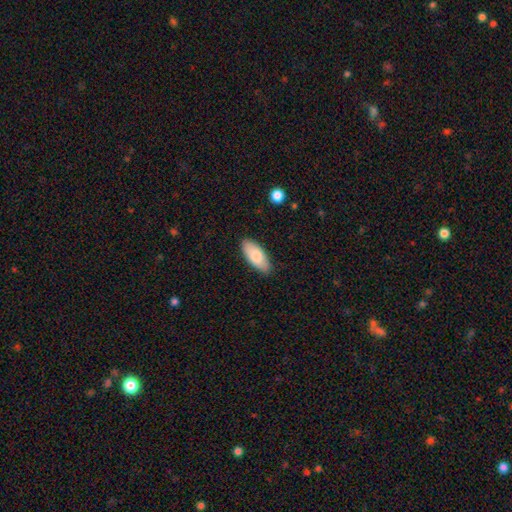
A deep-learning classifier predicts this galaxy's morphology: Q: Smooth or featured?
A: smooth (82%); runner-up: featured or disk (13%)
Q: How rounded?
A: in between (86%); runner-up: cigar-shaped (12%)
Q: Merging?
A: none (86%); runner-up: minor disturbance (11%)